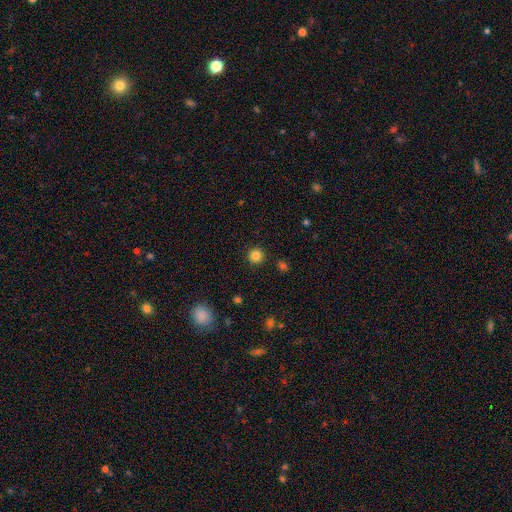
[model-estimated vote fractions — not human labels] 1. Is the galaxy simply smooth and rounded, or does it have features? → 84% smooth, 12% star or artifact, 4% featured or disk.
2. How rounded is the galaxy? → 95% round, 4% in between, 1% cigar-shaped.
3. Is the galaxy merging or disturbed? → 92% none, 5% minor disturbance, 2% major disturbance, 2% merger.